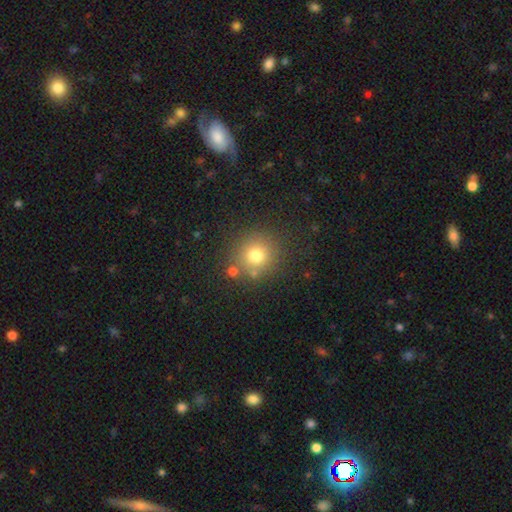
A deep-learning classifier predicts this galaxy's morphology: Overall: smooth (75%). How rounded: round (91%). Merging: none (80%).